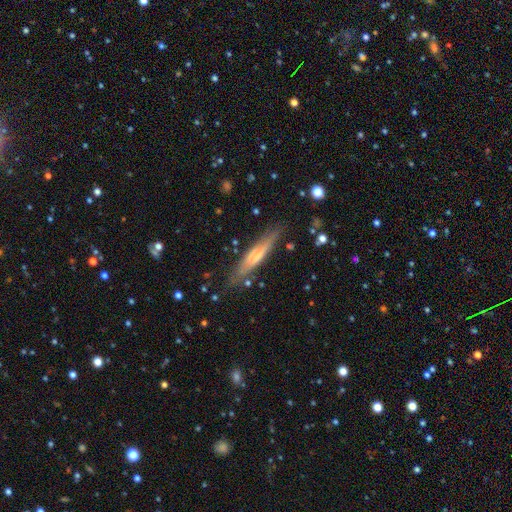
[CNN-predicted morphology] This appears to be a featured or disk galaxy (51%) viewed edge-on (88%). Merging: none (80%).